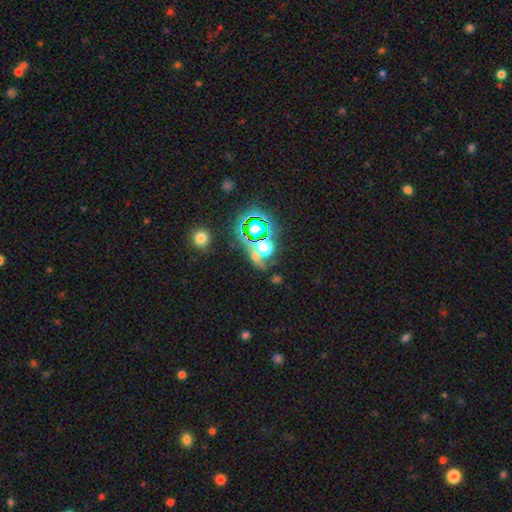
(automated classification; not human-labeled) smooth-or-featured: star or artifact: 48% | smooth: 36% | featured or disk: 16%